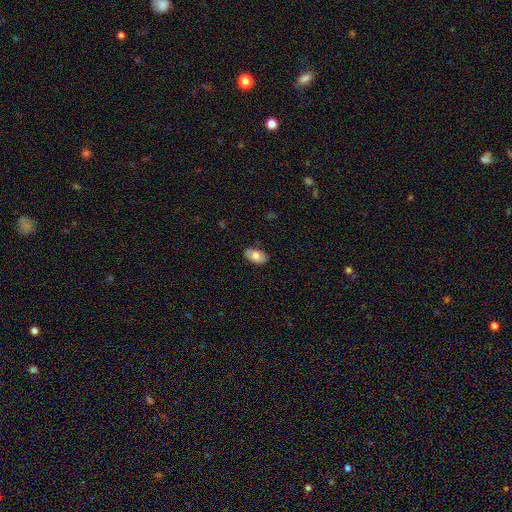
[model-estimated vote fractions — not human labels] Smooth or featured? smooth (72%)
How rounded? in between (94%)
Merging? none (85%)